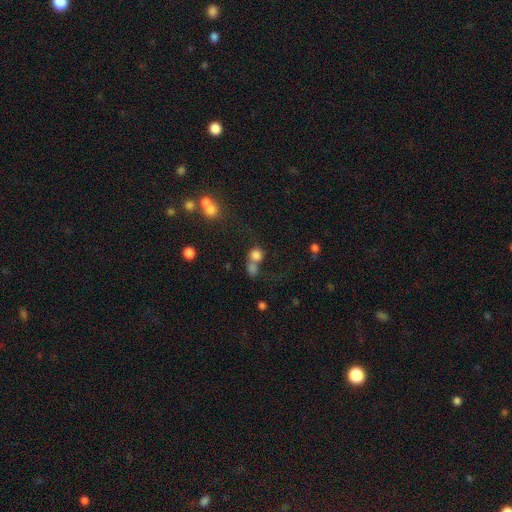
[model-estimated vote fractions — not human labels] The model was most divided on "merging": merger: 52%, none: 33%, minor disturbance: 8%, major disturbance: 7%. More confident: how rounded — round (78%); smooth or featured — smooth (77%).